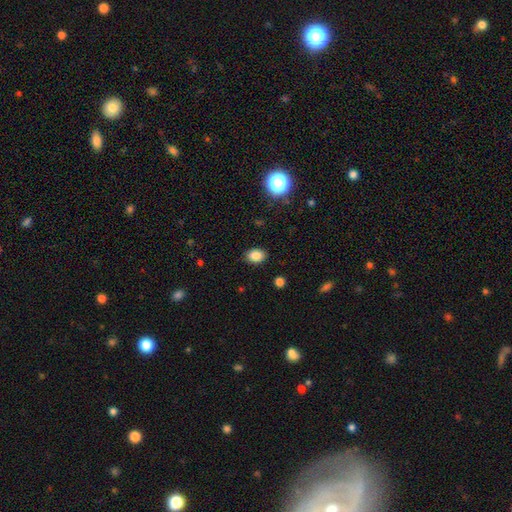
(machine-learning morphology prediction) Q: Smooth or featured?
A: smooth (85%); runner-up: star or artifact (11%)
Q: How rounded?
A: in between (65%); runner-up: round (34%)
Q: Merging?
A: none (88%); runner-up: minor disturbance (9%)